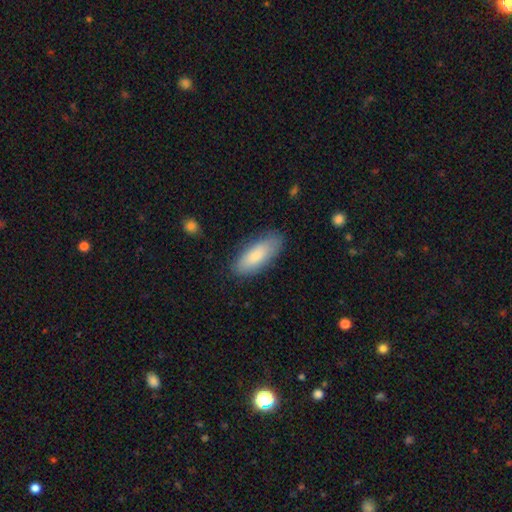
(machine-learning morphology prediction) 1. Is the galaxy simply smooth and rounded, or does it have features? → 82% smooth, 13% featured or disk, 5% star or artifact.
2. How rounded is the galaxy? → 76% in between, 22% cigar-shaped, 2% round.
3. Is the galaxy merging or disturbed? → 81% none, 15% minor disturbance, 3% major disturbance, 1% merger.